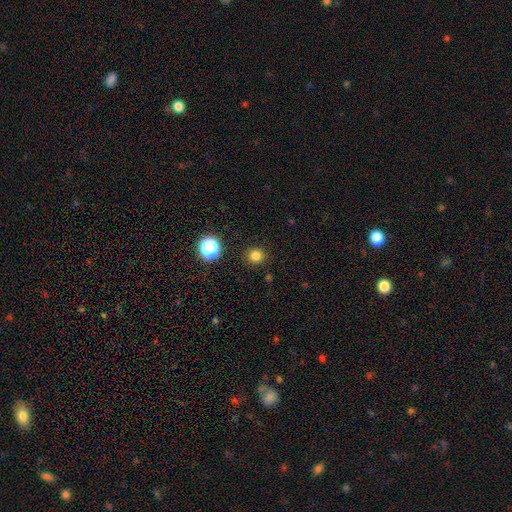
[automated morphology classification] smooth 80%, star or artifact 15%, featured or disk 5%. Down the decision tree: how rounded — round (92%); merging — none (91%).